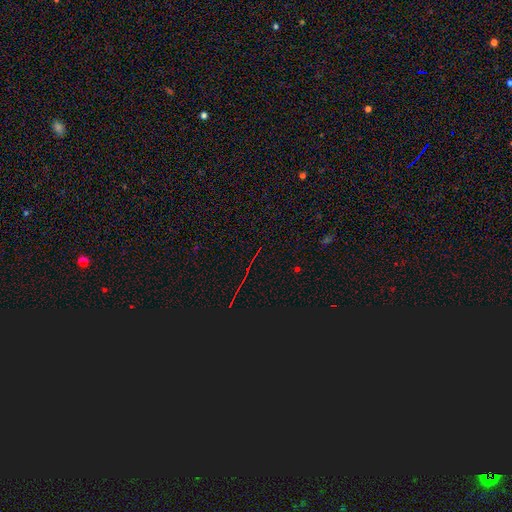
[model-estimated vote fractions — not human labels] A star or artifact, not a galaxy (78%).